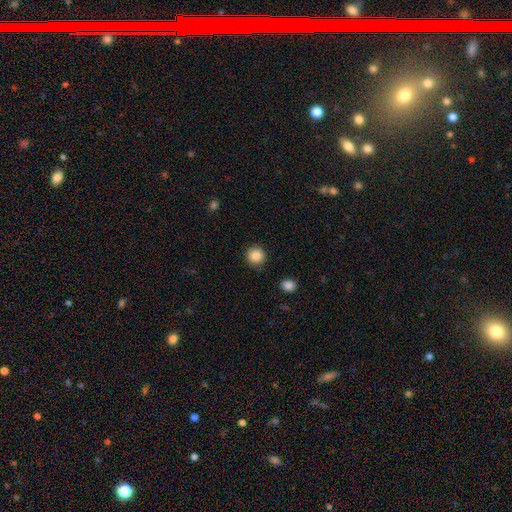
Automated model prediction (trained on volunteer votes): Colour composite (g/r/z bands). It shows a smooth galaxy with no disk features (87%) that is round (93%). Merging: none (90%).